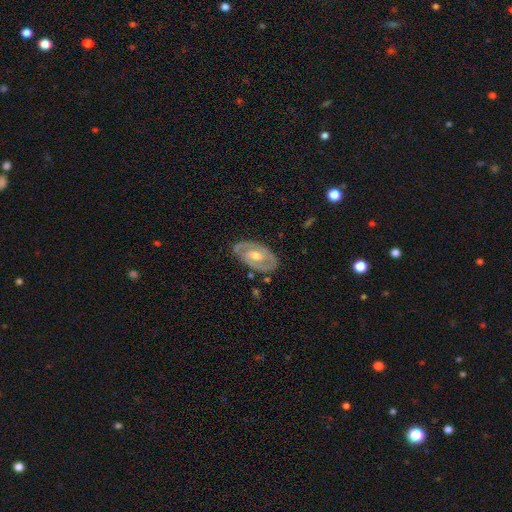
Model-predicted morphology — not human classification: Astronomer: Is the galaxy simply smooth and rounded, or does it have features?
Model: featured or disk — 79%.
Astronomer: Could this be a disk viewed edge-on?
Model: no — 94%.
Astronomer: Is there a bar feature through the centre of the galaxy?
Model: weak — 45% (runner-up: no, 38%).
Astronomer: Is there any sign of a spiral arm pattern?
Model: yes — 79%.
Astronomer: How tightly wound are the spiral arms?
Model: tight — 53% (runner-up: medium, 38%).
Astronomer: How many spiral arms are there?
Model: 2 — 77%.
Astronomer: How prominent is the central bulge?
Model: moderate — 70%.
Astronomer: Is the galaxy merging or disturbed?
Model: none — 80%.